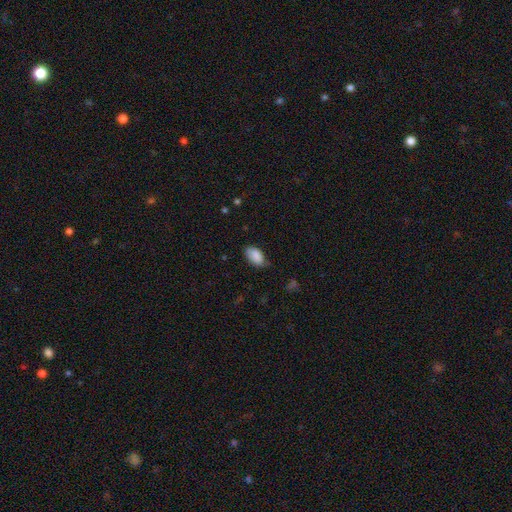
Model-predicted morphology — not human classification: This is clearly a smooth galaxy (88%). How rounded: clearly in between (94%). Merging: likely none (72%).